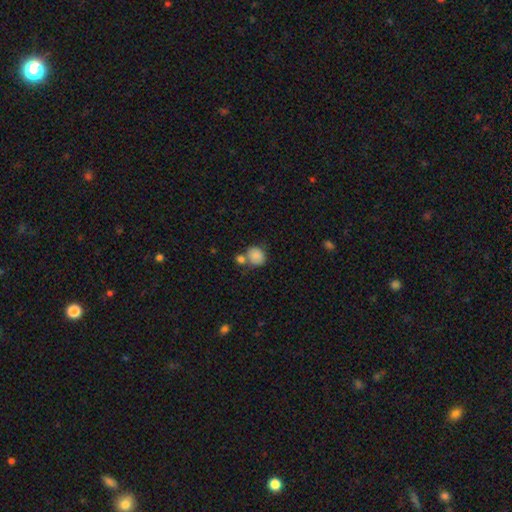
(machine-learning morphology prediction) Smooth or featured?
  - smooth: 84% *
  - star or artifact: 8%
  - featured or disk: 7%
How rounded?
  - round: 75% *
  - in between: 24%
  - cigar-shaped: 1%
Merging?
  - none: 52% *
  - merger: 32%
  - minor disturbance: 12%
  - major disturbance: 4%